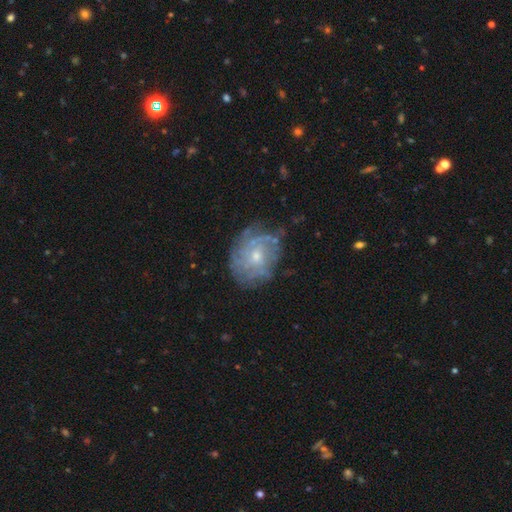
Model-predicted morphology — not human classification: smooth_or_featured: featured or disk (p=0.73) [alt: smooth p=0.17]
disk_edge_on: no (p=0.97) [alt: yes p=0.03]
bar: no (p=0.76) [alt: weak p=0.21]
has_spiral_arms: yes (p=0.79) [alt: no p=0.21]
spiral_winding: tight (p=0.56) [alt: medium p=0.29]
spiral_arm_count: can't tell (p=0.56) [alt: 4 p=0.12]
bulge_size: small (p=0.55) [alt: moderate p=0.40]
merging: none (p=0.65) [alt: minor disturbance p=0.22]